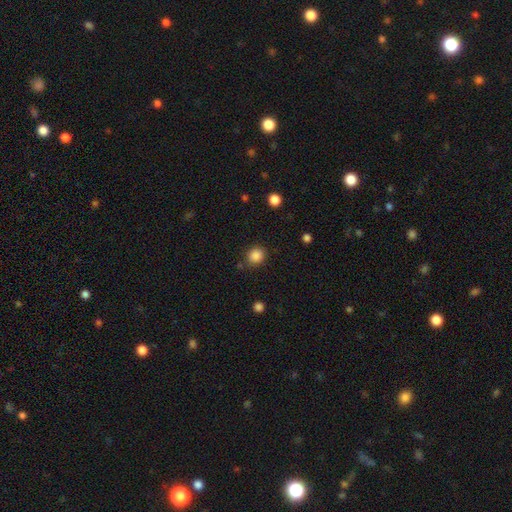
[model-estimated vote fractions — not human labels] Smooth or featured? Predicted: smooth (p=0.86). How rounded? Predicted: round (p=0.82). Merging? Predicted: none (p=0.83).